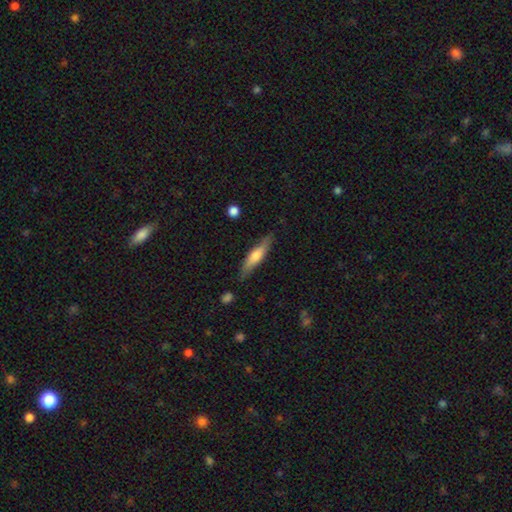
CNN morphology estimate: Q: Smooth or featured?
A: smooth (55%); runner-up: featured or disk (39%)
Q: How rounded?
A: cigar-shaped (77%); runner-up: in between (22%)
Q: Merging?
A: none (82%); runner-up: minor disturbance (13%)